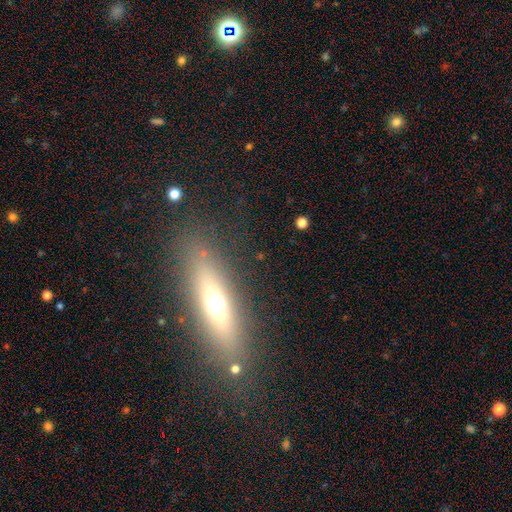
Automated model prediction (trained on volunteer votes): A smooth galaxy with no disk features (49%).

Vote fractions:
- Smooth or featured? smooth: 49% / featured or disk: 39% / star or artifact: 12%
- Merging? none: 83% / minor disturbance: 11% / major disturbance: 4% / merger: 2%